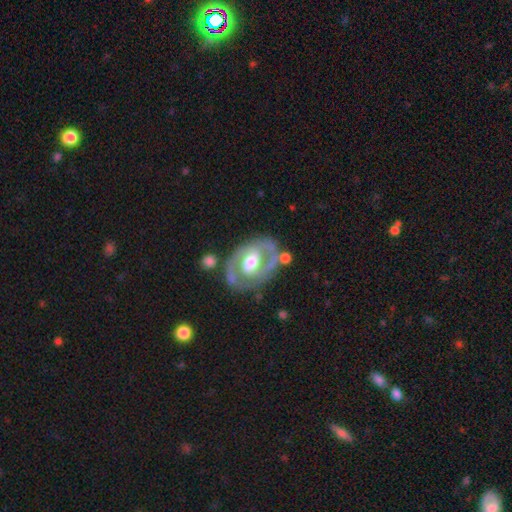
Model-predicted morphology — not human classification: smooth_or_featured: featured or disk (p=0.81) [alt: smooth p=0.14]
disk_edge_on: no (p=0.96) [alt: yes p=0.04]
bar: no (p=0.41) [alt: weak p=0.39]
has_spiral_arms: yes (p=0.75) [alt: no p=0.25]
spiral_winding: tight (p=0.45) [alt: medium p=0.42]
spiral_arm_count: 2 (p=0.73) [alt: can't tell p=0.13]
bulge_size: moderate (p=0.67) [alt: large p=0.20]
merging: none (p=0.63) [alt: minor disturbance p=0.20]